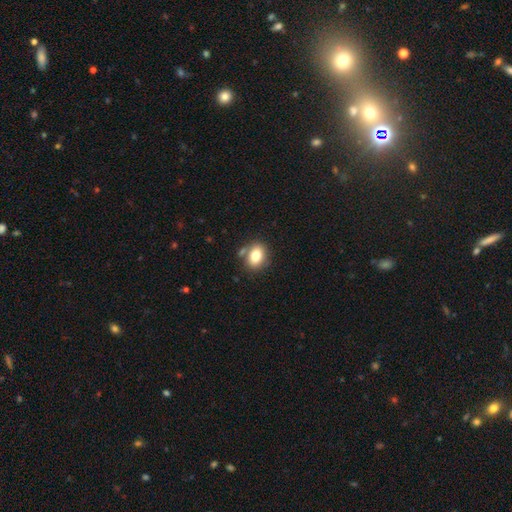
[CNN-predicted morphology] A smooth galaxy with no disk features (79%) that is in between round and cigar-shaped (68%). Merging: none (72%).